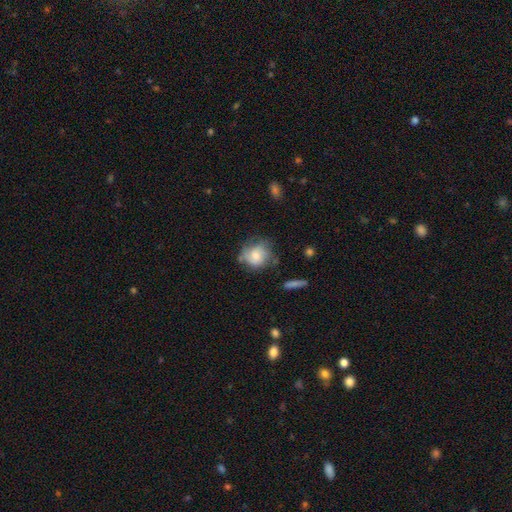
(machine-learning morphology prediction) smooth 61%, featured or disk 31%, star or artifact 8%. Down the decision tree: how rounded — round (70%); merging — none (52%).